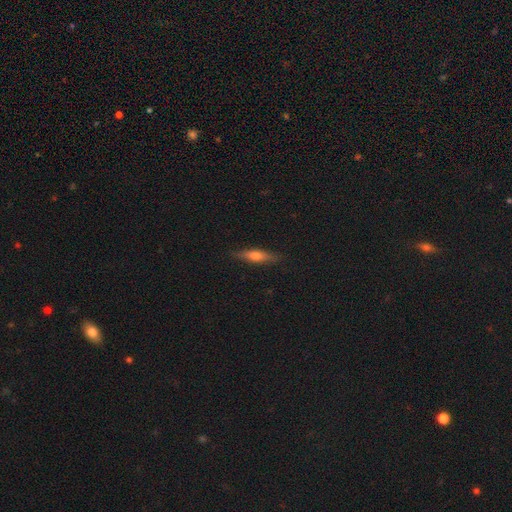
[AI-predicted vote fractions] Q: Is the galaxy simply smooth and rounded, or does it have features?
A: smooth — 53%.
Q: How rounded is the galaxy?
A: cigar-shaped — 75%.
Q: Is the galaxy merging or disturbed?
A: none — 87%.